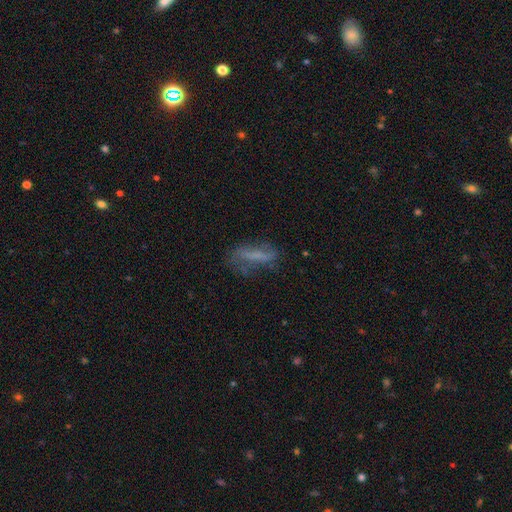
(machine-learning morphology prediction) Smooth or featured?
  - smooth: 44% *
  - featured or disk: 43%
  - star or artifact: 13%
Merging?
  - none: 51% *
  - minor disturbance: 25%
  - major disturbance: 21%
  - merger: 3%